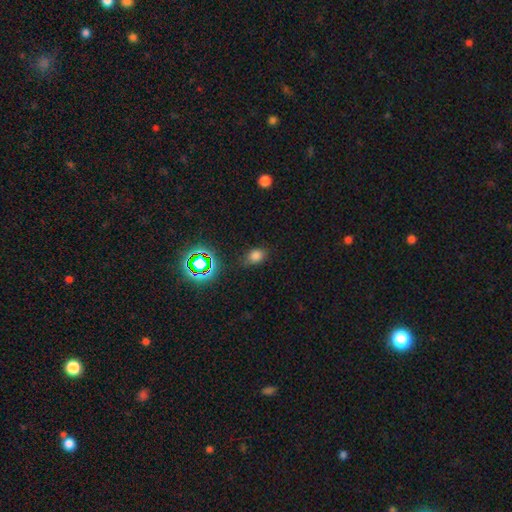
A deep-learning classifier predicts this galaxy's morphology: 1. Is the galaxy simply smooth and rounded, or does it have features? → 71% smooth, 22% star or artifact, 7% featured or disk.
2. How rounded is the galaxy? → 68% in between, 31% round, 2% cigar-shaped.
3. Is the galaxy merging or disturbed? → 75% none, 18% minor disturbance, 5% major disturbance, 2% merger.